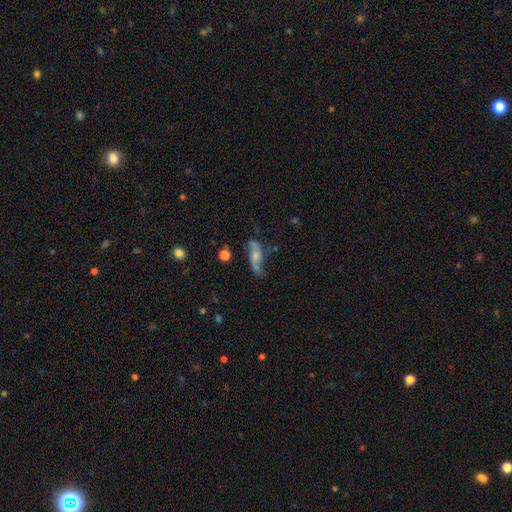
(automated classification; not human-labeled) featured or disk 49%, smooth 42%, star or artifact 9%. Down the decision tree: merging — none (50%).